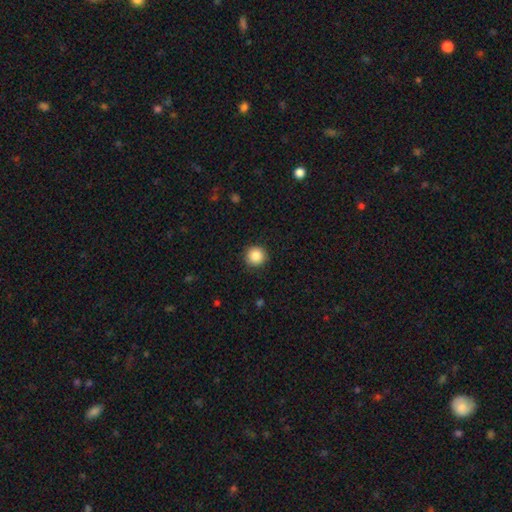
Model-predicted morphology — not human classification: A smooth galaxy with no disk features (87%) that is round (95%). Merging: none (91%).